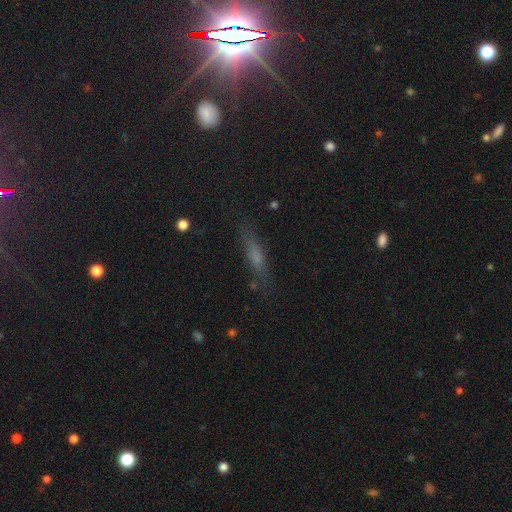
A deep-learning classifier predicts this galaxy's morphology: smooth 53%, featured or disk 30%, star or artifact 17%. Down the decision tree: how rounded — cigar-shaped (77%); merging — none (78%).